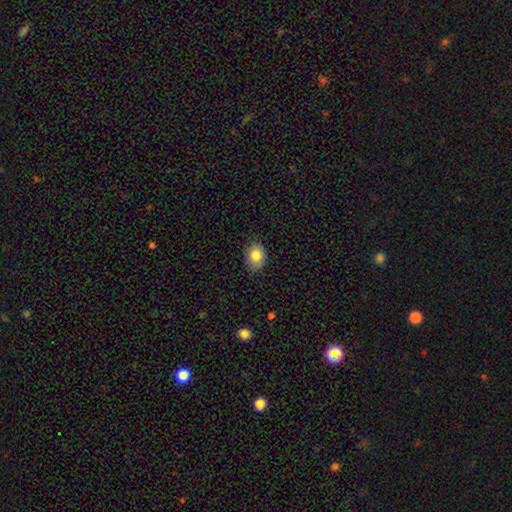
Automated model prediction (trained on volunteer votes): Q: Smooth or featured?
A: smooth (84%); runner-up: star or artifact (9%)
Q: How rounded?
A: in between (63%); runner-up: round (36%)
Q: Merging?
A: none (81%); runner-up: minor disturbance (15%)